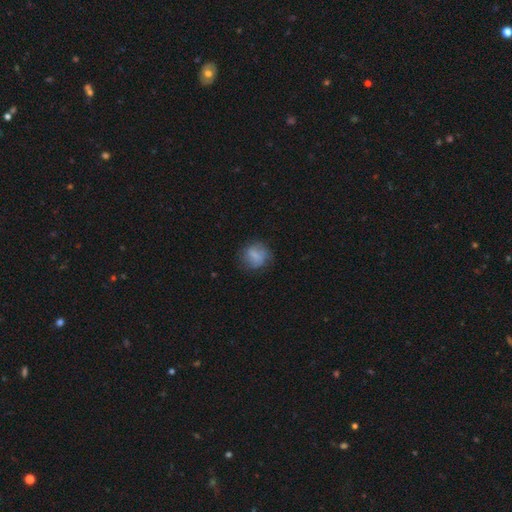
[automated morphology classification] Smooth or featured: smooth — 71% (featured or disk — 19%)
How rounded: round — 74% (in between — 24%)
Merging: none — 71% (minor disturbance — 20%)